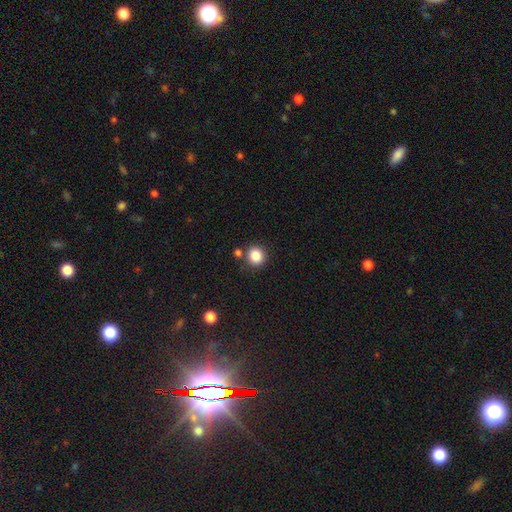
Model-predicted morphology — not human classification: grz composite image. It shows a smooth galaxy with no disk features (86%) that is round (83%). Merging: none (80%).